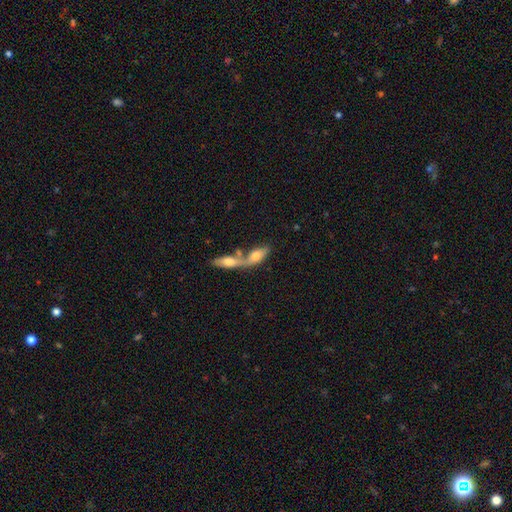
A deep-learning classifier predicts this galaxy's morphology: smooth-or-featured: smooth: 65% | featured or disk: 28% | star or artifact: 7%
  how-rounded: in between: 72% | cigar-shaped: 23% | round: 4%
  merging: merger: 64% | none: 23% | minor disturbance: 8% | major disturbance: 5%